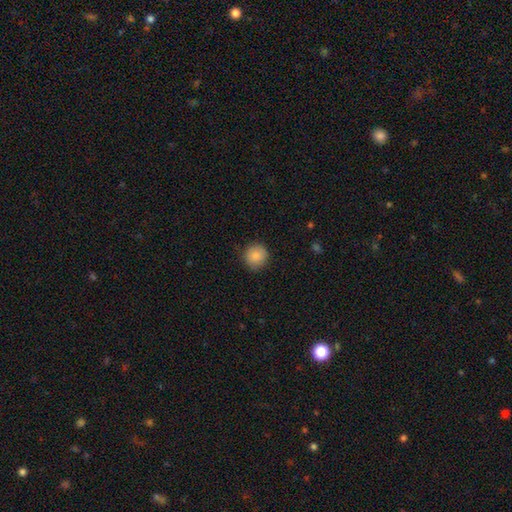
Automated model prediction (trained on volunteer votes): Morphology: type=smooth (87%); roundness=round (92%); merging=none (88%).